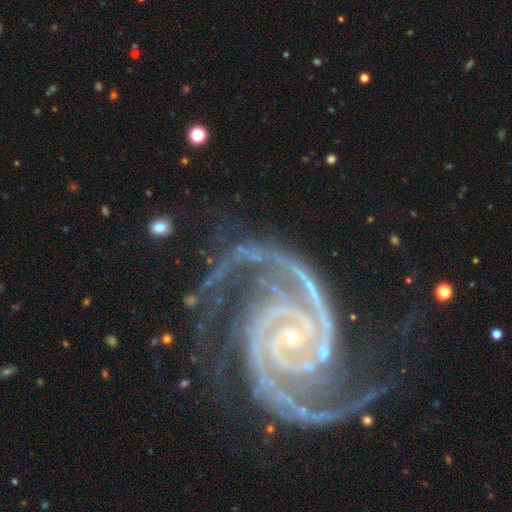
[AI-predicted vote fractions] smooth_or_featured: featured or disk (p=0.94) [alt: star or artifact p=0.04]
disk_edge_on: no (p=0.98) [alt: yes p=0.02]
bar: no (p=0.62) [alt: weak p=0.22]
has_spiral_arms: yes (p=0.99) [alt: no p=0.01]
spiral_winding: tight (p=0.58) [alt: medium p=0.36]
spiral_arm_count: 2 (p=0.76) [alt: 3 p=0.09]
bulge_size: small (p=0.86) [alt: moderate p=0.11]
merging: none (p=0.62) [alt: minor disturbance p=0.20]